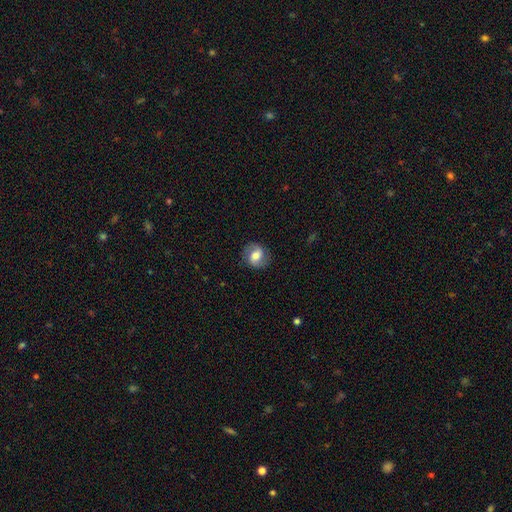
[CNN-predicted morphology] smooth-or-featured: featured or disk: 47% | smooth: 45% | star or artifact: 8%
  merging: none: 82% | minor disturbance: 12% | major disturbance: 4% | merger: 1%